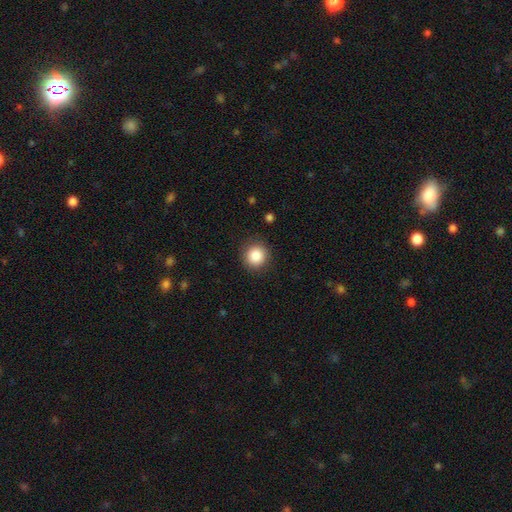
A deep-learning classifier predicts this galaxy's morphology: type=smooth (86%); roundness=round (93%); merging=none (90%).